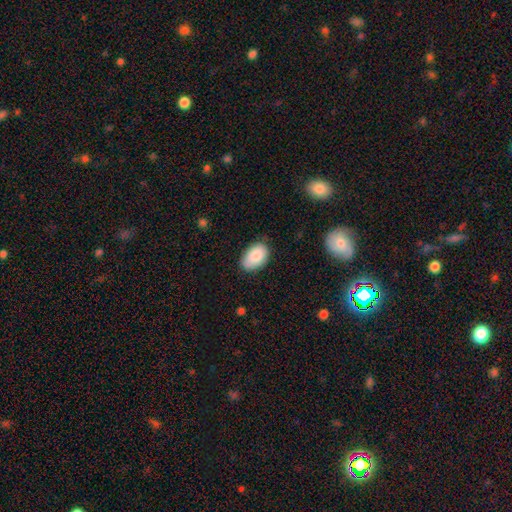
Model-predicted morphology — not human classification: Smooth or featured: smooth — 86% (featured or disk — 8%)
How rounded: in between — 91% (round — 8%)
Merging: none — 74% (minor disturbance — 21%)